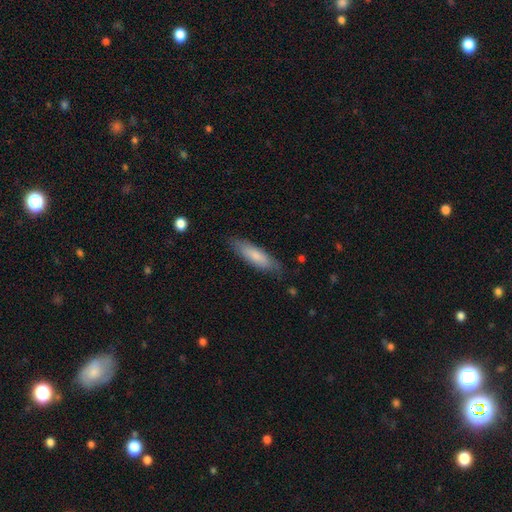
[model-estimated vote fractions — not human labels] Smooth or featured: smooth — 76% (featured or disk — 18%)
How rounded: cigar-shaped — 64% (in between — 34%)
Merging: none — 81% (minor disturbance — 15%)